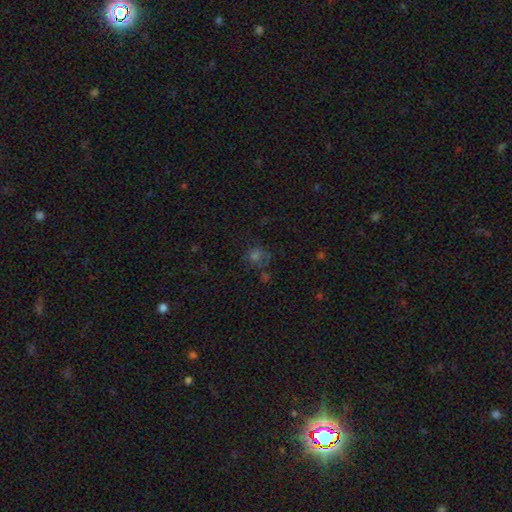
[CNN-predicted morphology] Overall: smooth (50%; star or artifact 31%). How rounded: round (80%). Merging: none (57%; minor disturbance 18%).